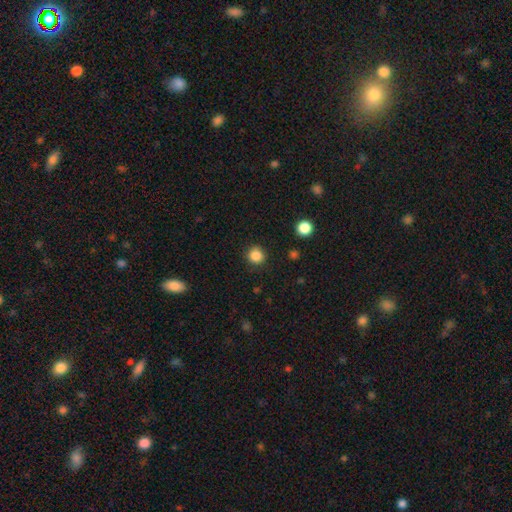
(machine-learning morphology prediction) smooth 85%, star or artifact 12%, featured or disk 3%. Down the decision tree: how rounded — round (93%); merging — none (88%).